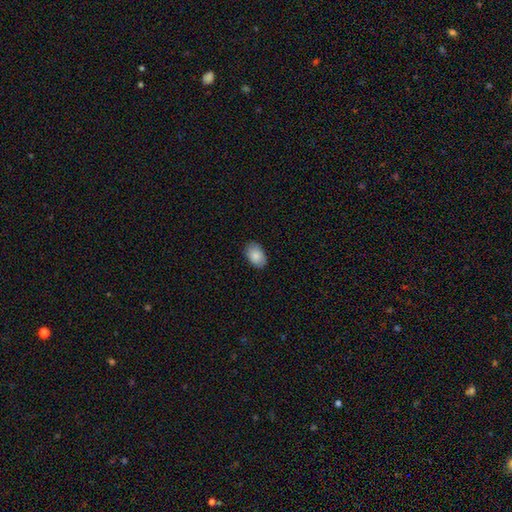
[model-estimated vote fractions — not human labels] Smooth or featured? Predicted: smooth (p=0.86). How rounded? Predicted: in between (p=0.89). Merging? Predicted: none (p=0.86).